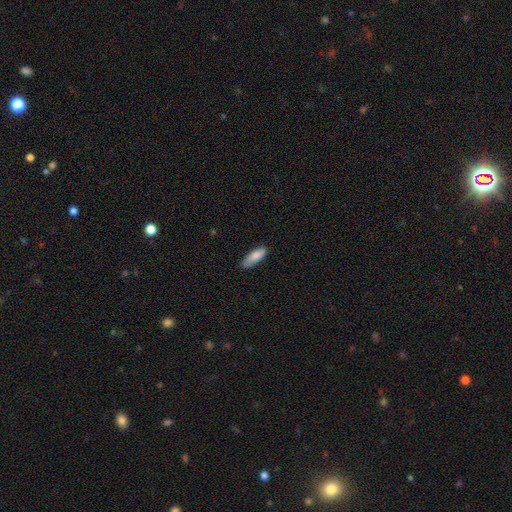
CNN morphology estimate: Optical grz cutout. It shows a smooth galaxy with no disk features (85%) that is in between round and cigar-shaped (63%). Merging: none (77%).